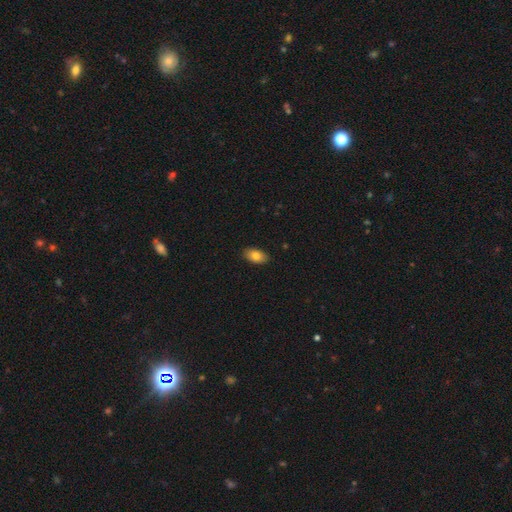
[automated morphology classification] smooth_or_featured: smooth (p=0.82) [alt: featured or disk p=0.11]
how_rounded: in between (p=0.92) [alt: round p=0.06]
merging: none (p=0.88) [alt: minor disturbance p=0.09]